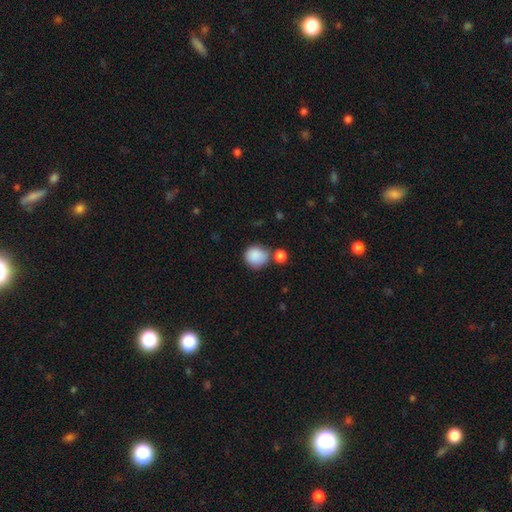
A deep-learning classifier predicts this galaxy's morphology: type=smooth (87%); roundness=round (84%); merging=none (60%).